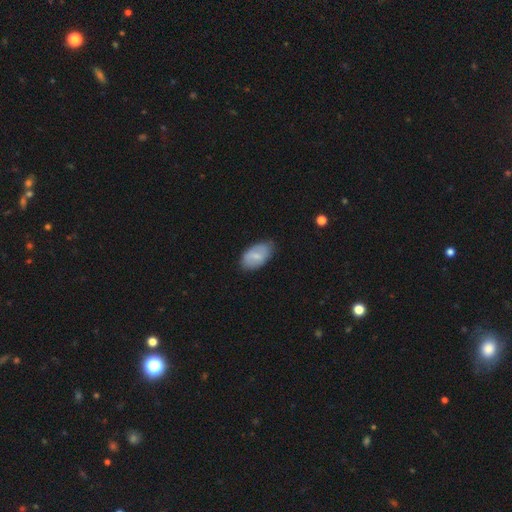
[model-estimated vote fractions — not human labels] A smooth galaxy with no disk features (67%) that is in between round and cigar-shaped (93%).

Vote fractions:
- Smooth or featured? smooth: 67% / featured or disk: 27% / star or artifact: 6%
- How rounded? in between: 93% / round: 5% / cigar-shaped: 2%
- Merging? none: 71% / minor disturbance: 23% / major disturbance: 5% / merger: 1%